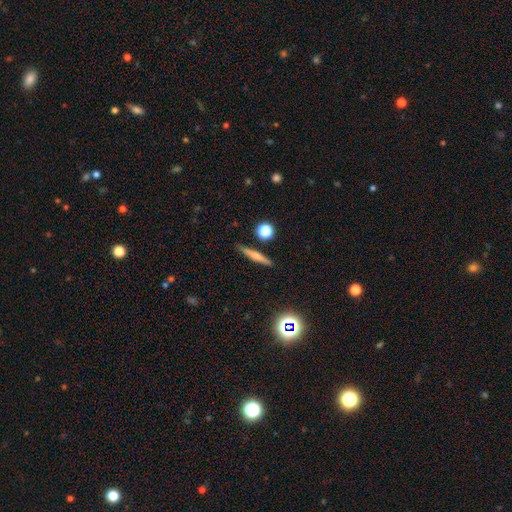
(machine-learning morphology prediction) This appears to be a smooth galaxy with no disk features (50%) that is cigar-shaped (89%). Merging: none (88%).